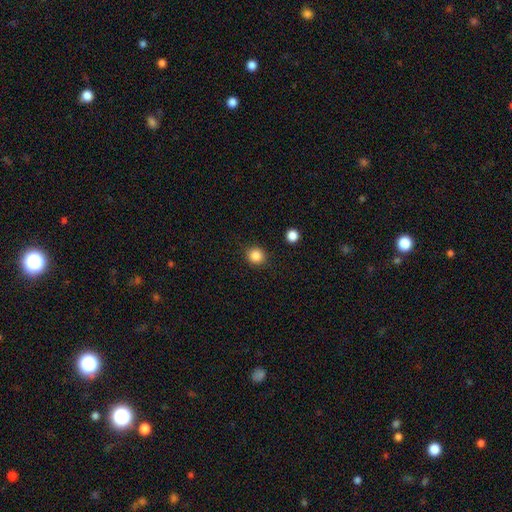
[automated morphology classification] Smooth or featured? Predicted: smooth (p=0.86). How rounded? Predicted: round (p=0.90). Merging? Predicted: none (p=0.90).